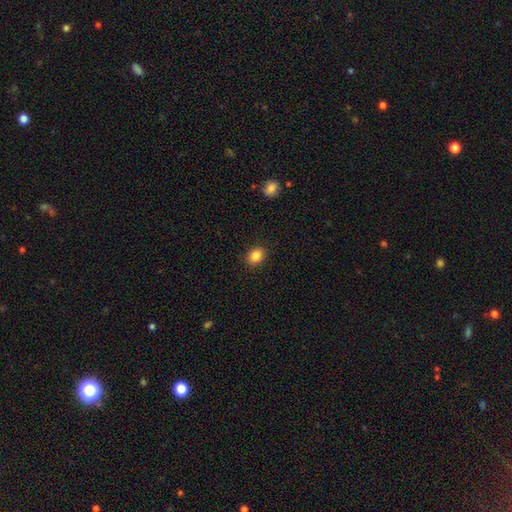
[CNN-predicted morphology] Q: Smooth or featured?
A: smooth (86%); runner-up: star or artifact (10%)
Q: How rounded?
A: in between (55%); runner-up: round (44%)
Q: Merging?
A: none (89%); runner-up: minor disturbance (7%)